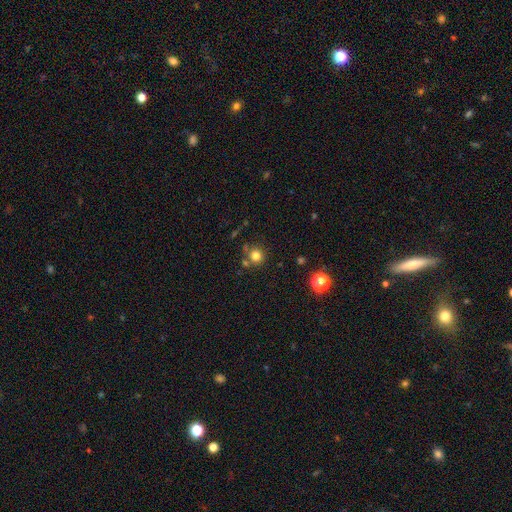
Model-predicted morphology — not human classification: Smooth or featured? smooth (78%)
How rounded? round (91%)
Merging? none (72%)